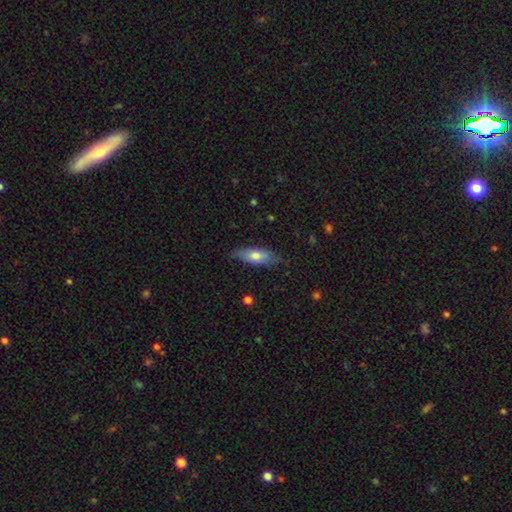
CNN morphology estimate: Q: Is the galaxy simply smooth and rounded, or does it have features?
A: smooth — 65%.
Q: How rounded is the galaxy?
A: in between — 62%.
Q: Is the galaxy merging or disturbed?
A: none — 75%.